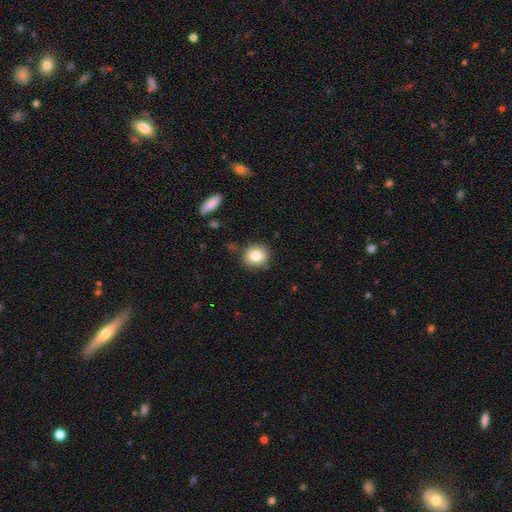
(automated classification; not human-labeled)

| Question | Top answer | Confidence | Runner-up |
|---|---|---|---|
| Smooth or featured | smooth | 82% | star or artifact (9%) |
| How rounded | round | 83% | in between (16%) |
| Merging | none | 86% | minor disturbance (9%) |